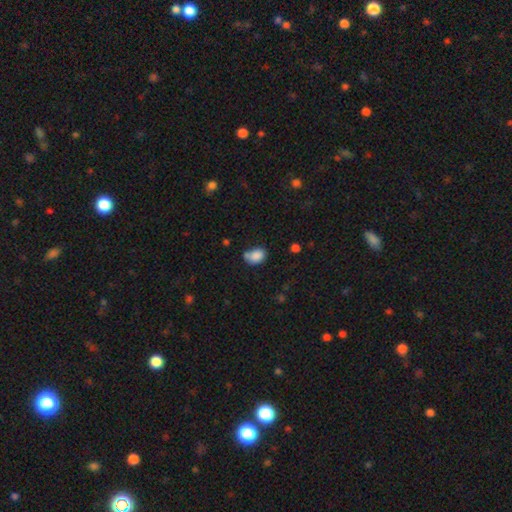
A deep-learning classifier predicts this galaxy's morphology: smooth_or_featured: smooth (p=0.84) [alt: star or artifact p=0.09]
how_rounded: in between (p=0.72) [alt: round p=0.27]
merging: none (p=0.49) [alt: minor disturbance p=0.23]